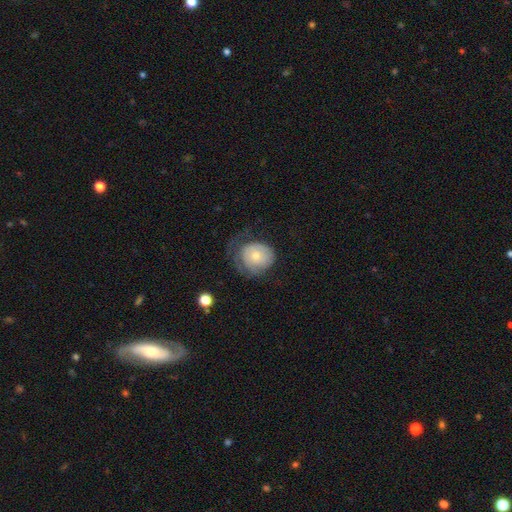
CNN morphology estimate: Smooth or featured? smooth (51%)
How rounded? round (77%)
Merging? none (42%)